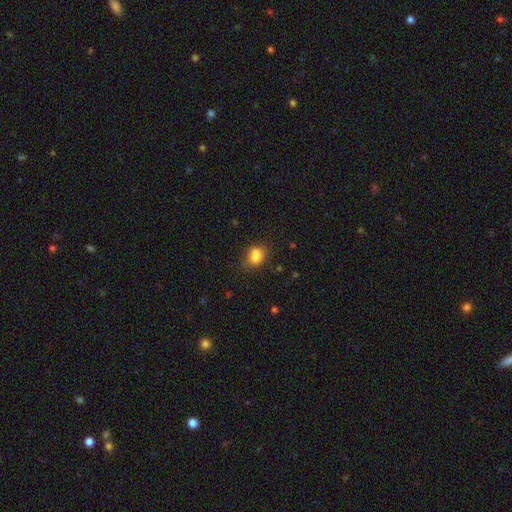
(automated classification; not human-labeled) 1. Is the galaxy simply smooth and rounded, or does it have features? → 77% smooth, 12% star or artifact, 11% featured or disk.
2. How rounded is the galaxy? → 54% in between, 44% round, 1% cigar-shaped.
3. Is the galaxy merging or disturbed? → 49% none, 27% merger, 18% minor disturbance, 6% major disturbance.